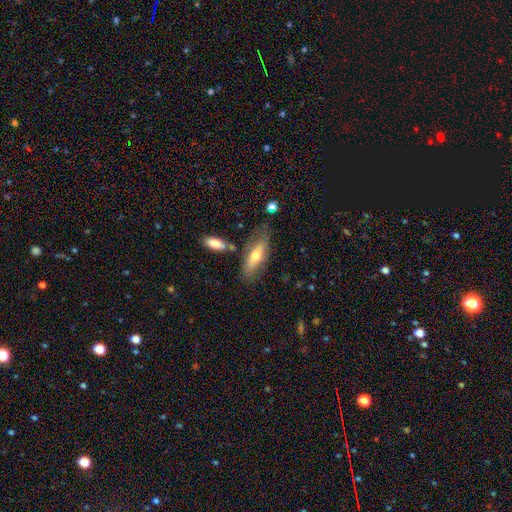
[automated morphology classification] This is possibly a smooth galaxy (56%). How rounded: possibly in between (59%). Merging: likely none (68%).